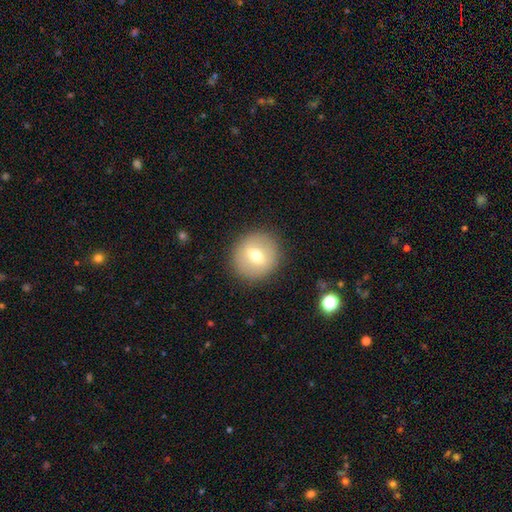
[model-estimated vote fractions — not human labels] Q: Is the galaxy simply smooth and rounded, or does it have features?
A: smooth — 57%.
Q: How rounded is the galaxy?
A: round — 89%.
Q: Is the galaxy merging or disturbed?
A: none — 88%.